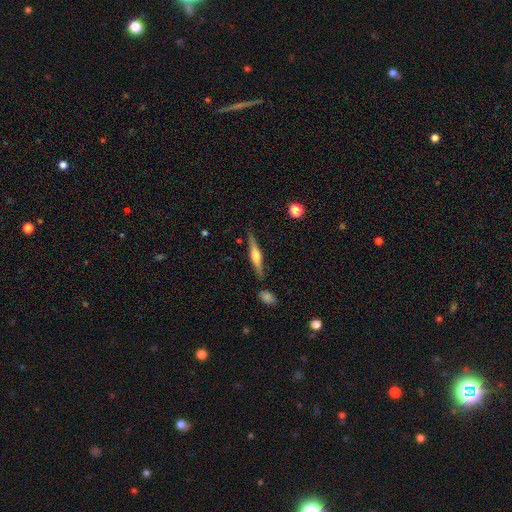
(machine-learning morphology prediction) smooth-or-featured: featured or disk: 66% | smooth: 28% | star or artifact: 6%
  disk-edge-on: yes: 97% | no: 3%
    edge-on-bulge: rounded: 83% | boxy: 13% | none: 5%
  merging: none: 85% | minor disturbance: 10% | merger: 3% | major disturbance: 2%